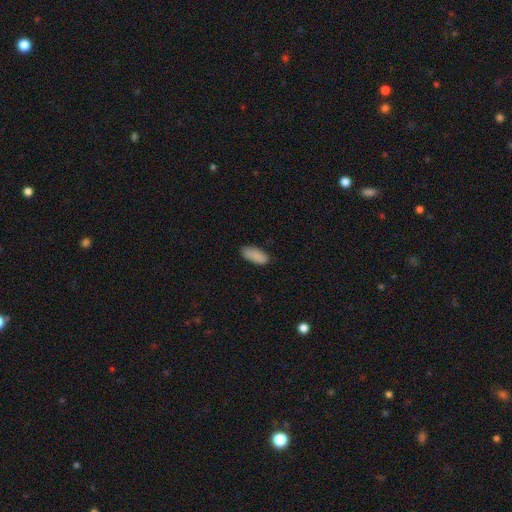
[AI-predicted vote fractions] Smooth or featured?
  - smooth: 89% *
  - star or artifact: 6%
  - featured or disk: 5%
How rounded?
  - in between: 86% *
  - cigar-shaped: 12%
  - round: 2%
Merging?
  - none: 82% *
  - minor disturbance: 14%
  - major disturbance: 3%
  - merger: 1%